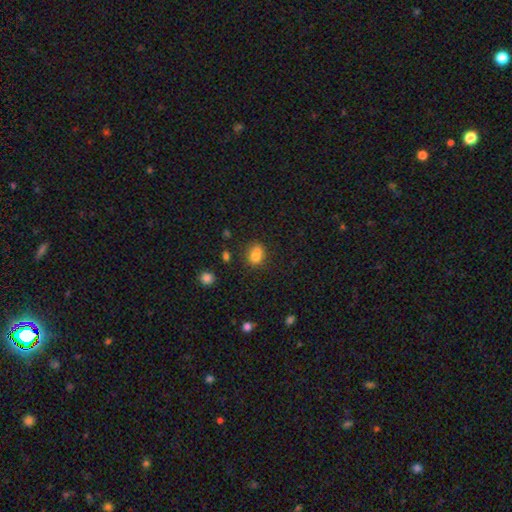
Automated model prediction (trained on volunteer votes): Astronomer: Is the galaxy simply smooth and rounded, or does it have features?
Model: smooth — 78%.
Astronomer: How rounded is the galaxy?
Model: in between — 53% (runner-up: round, 45%).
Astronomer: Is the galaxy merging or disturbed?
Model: none — 57%.